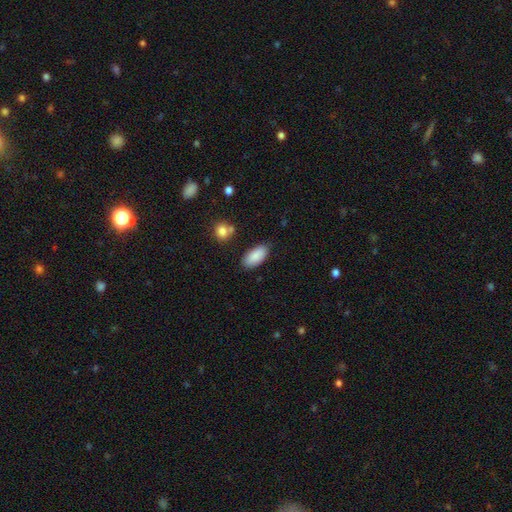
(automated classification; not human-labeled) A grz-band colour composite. It shows a smooth galaxy with no disk features (88%) that is in between round and cigar-shaped (91%). Merging: none (81%).